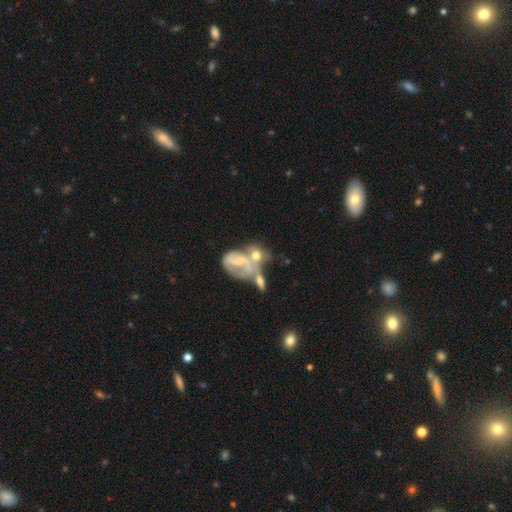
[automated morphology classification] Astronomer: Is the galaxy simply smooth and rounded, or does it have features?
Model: featured or disk — 58%.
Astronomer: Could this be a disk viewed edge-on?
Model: no — 95%.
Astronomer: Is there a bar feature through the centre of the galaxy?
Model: no — 67%.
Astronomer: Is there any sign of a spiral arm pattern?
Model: no — 59% (runner-up: yes, 41%).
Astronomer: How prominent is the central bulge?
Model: small — 37% (runner-up: none, 30%).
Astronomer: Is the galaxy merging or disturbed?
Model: merger — 48%.